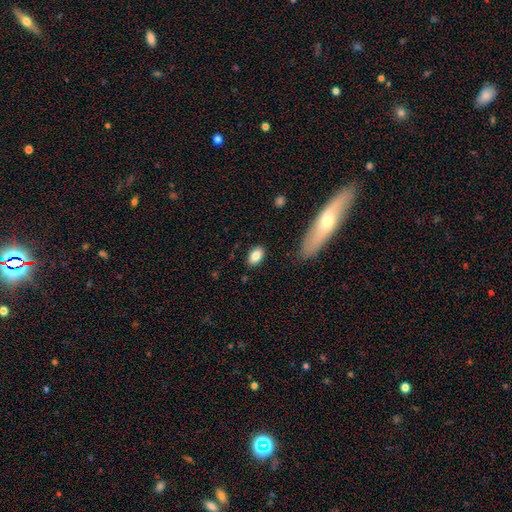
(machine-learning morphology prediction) This appears to be a smooth galaxy with no disk features (84%) that is in between round and cigar-shaped (89%). Merging: none (85%).